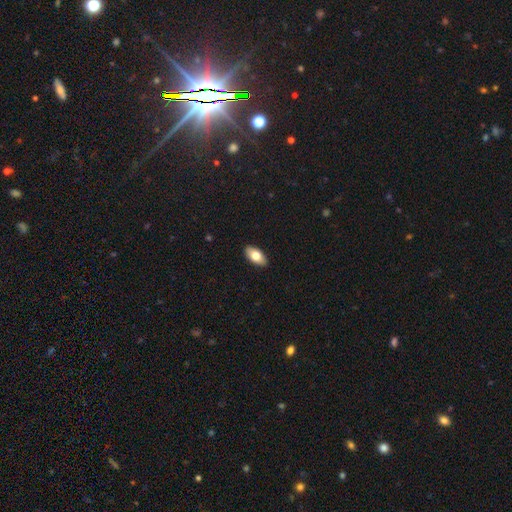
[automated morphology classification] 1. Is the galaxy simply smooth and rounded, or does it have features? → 77% smooth, 17% featured or disk, 6% star or artifact.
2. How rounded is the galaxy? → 93% in between, 4% cigar-shaped, 3% round.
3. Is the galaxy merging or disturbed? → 91% none, 7% minor disturbance, 2% major disturbance, 1% merger.